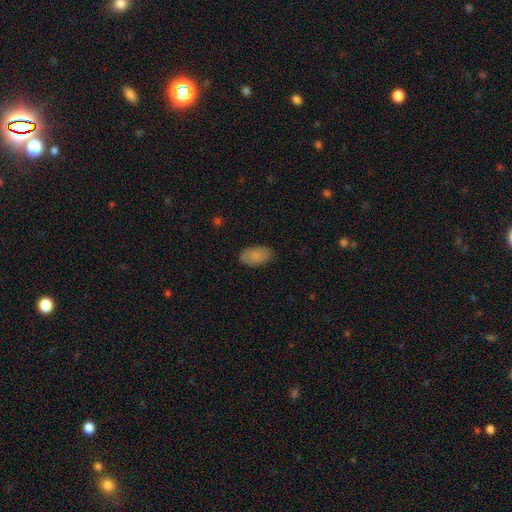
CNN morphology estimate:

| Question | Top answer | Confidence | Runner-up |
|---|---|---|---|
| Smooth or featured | smooth | 87% | star or artifact (7%) |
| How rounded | in between | 94% | round (4%) |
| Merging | none | 85% | minor disturbance (12%) |